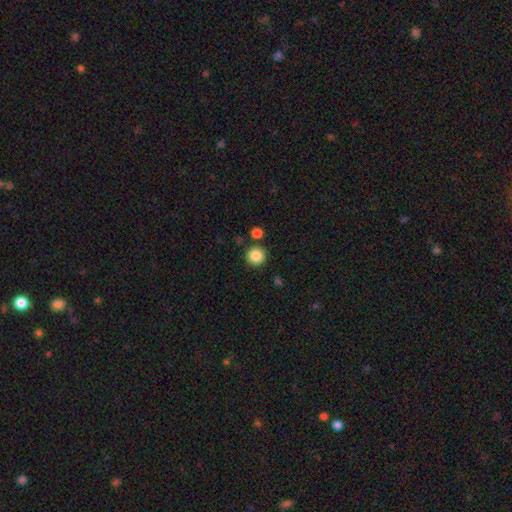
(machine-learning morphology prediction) type=smooth (86%); roundness=round (94%); merging=none (85%).